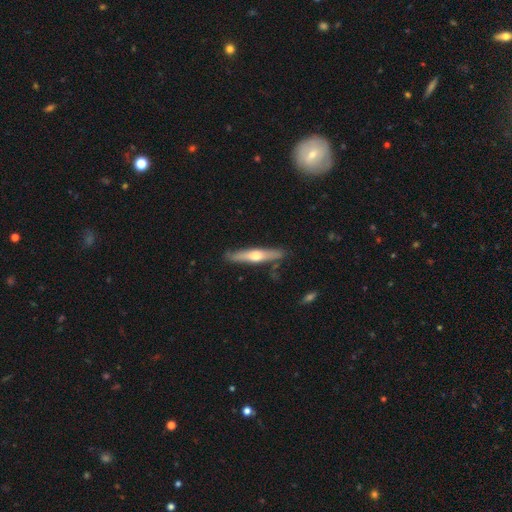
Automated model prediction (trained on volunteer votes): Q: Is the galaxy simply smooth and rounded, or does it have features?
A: featured or disk — 58%.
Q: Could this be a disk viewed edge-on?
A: yes — 95%.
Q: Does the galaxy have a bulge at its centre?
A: rounded — 91%.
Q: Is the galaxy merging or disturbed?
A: none — 86%.